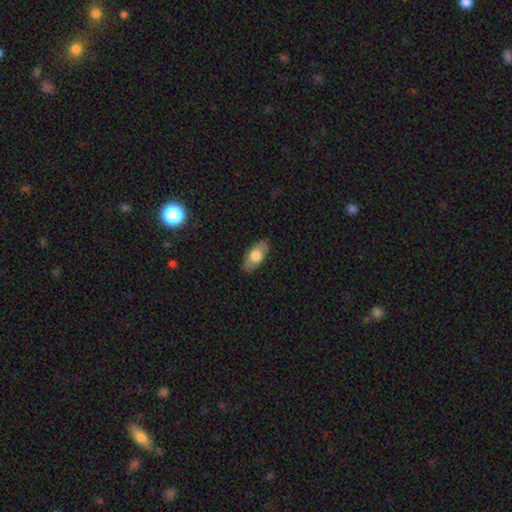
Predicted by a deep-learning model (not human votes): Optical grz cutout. It shows a smooth galaxy with no disk features (70%) that is in between round and cigar-shaped (90%). Merging: none (86%).